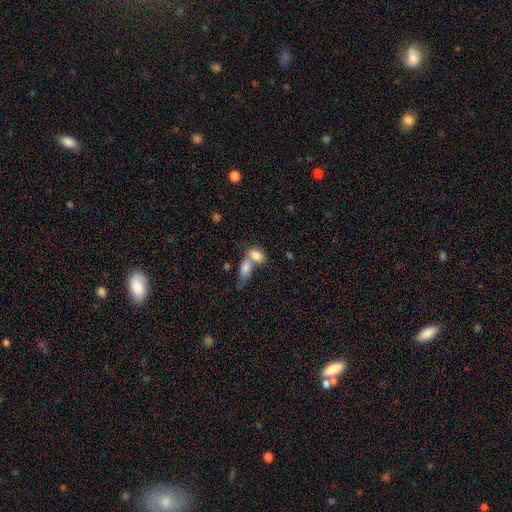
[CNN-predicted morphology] smooth 81%, featured or disk 11%, star or artifact 8%. Down the decision tree: how rounded — in between (88%); merging — merger (62%).